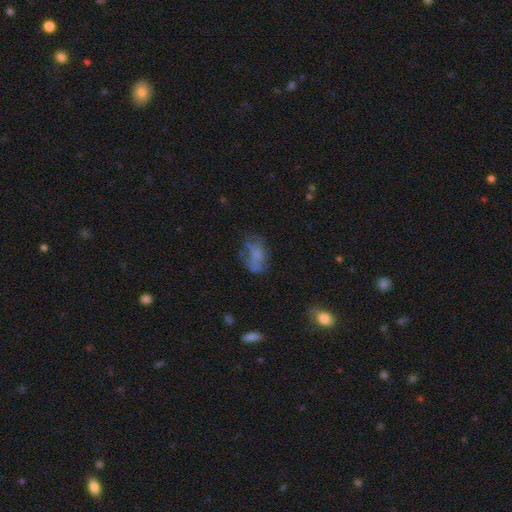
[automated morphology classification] smooth 49%, featured or disk 36%, star or artifact 15%. Down the decision tree: merging — none (40%).